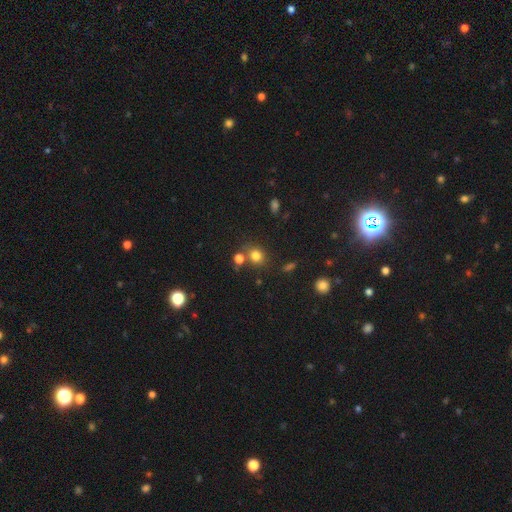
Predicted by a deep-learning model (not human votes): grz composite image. It shows a smooth galaxy with no disk features (78%) that is round (73%). Merging: none (67%).